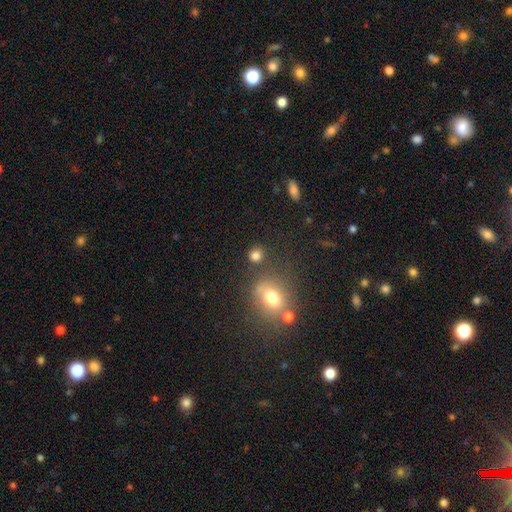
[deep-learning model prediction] A smooth galaxy with no disk features (79%) that is round (75%).

Vote fractions:
- Smooth or featured? smooth: 79% / star or artifact: 15% / featured or disk: 6%
- How rounded? round: 75% / in between: 23% / cigar-shaped: 1%
- Merging? none: 75% / minor disturbance: 11% / merger: 10% / major disturbance: 5%